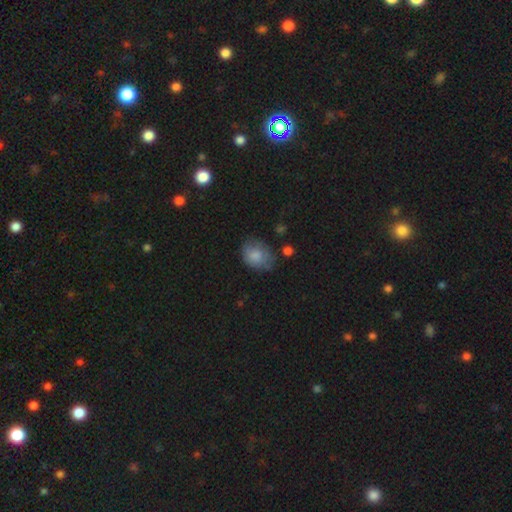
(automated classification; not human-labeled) Overall: smooth (80%). How rounded: in between (56%; round 43%). Merging: none (58%; minor disturbance 28%).